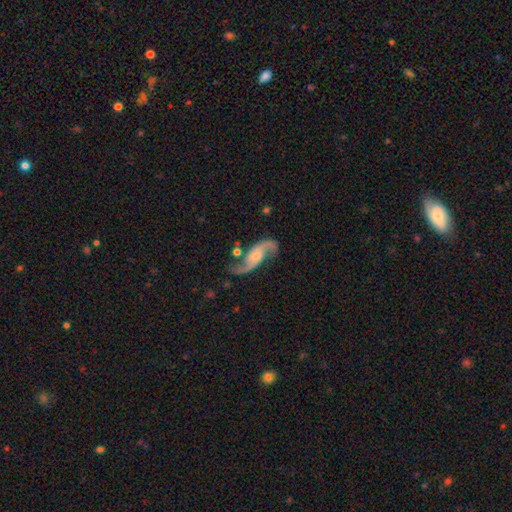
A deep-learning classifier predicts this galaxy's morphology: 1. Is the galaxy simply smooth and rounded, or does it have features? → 88% featured or disk, 7% smooth, 5% star or artifact.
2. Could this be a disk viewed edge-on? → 96% no, 4% yes.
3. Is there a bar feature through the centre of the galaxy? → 58% no, 31% weak, 11% strong.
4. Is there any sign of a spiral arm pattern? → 97% yes, 3% no.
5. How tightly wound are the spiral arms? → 70% loose, 24% medium, 5% tight.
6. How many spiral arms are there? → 93% 2, 2% 1, 2% can't tell, 1% 3, 1% 4, 1% more than 4.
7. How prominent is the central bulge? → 54% small, 23% moderate, 17% none, 4% large, 2% dominant.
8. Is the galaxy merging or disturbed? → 69% none, 16% minor disturbance, 9% major disturbance, 6% merger.